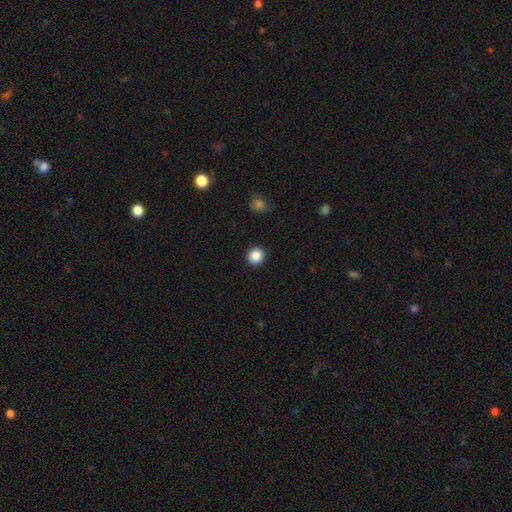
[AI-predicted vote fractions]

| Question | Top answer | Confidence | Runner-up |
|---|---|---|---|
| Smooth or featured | smooth | 88% | star or artifact (9%) |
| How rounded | round | 93% | in between (6%) |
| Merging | none | 92% | minor disturbance (5%) |